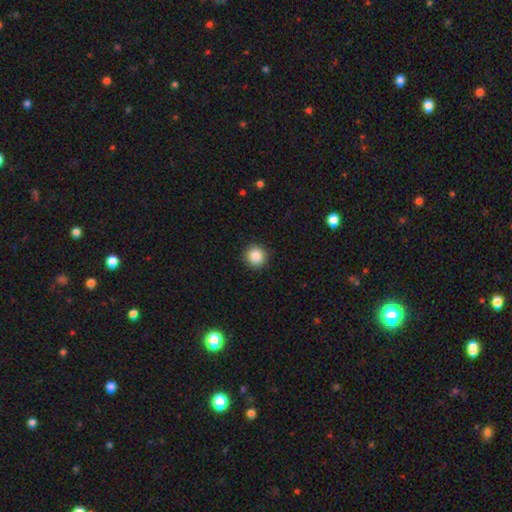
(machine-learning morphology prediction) smooth-or-featured: smooth: 86% | star or artifact: 10% | featured or disk: 4%
  how-rounded: round: 95% | in between: 4% | cigar-shaped: 1%
  merging: none: 92% | minor disturbance: 6% | major disturbance: 2% | merger: 1%